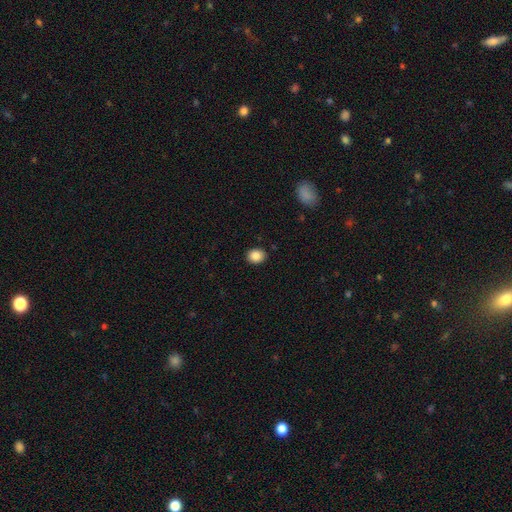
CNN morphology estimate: A smooth galaxy with no disk features (87%) that is round (62%). Merging: none (90%).